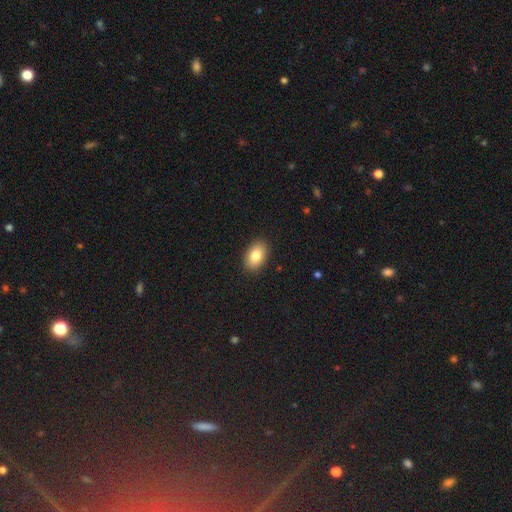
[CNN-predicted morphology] Smooth or featured? Predicted: smooth (p=0.83). How rounded? Predicted: in between (p=0.88). Merging? Predicted: none (p=0.90).